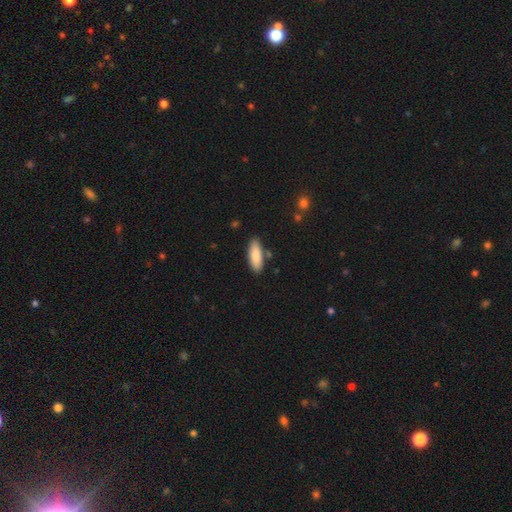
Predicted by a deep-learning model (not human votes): Morphology: type=smooth (87%); roundness=in between (65%); merging=none (83%).